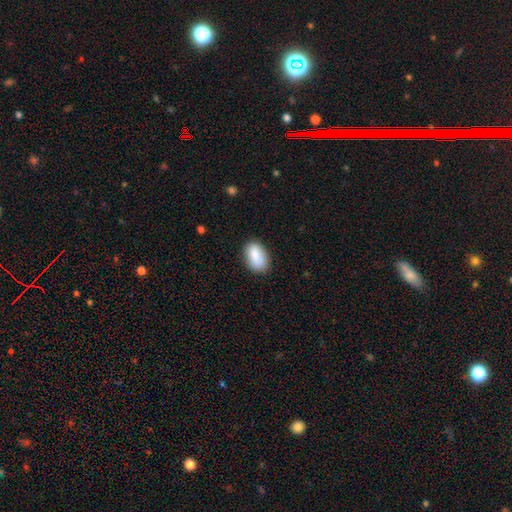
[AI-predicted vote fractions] Q: Smooth or featured?
A: smooth (87%); runner-up: star or artifact (7%)
Q: How rounded?
A: in between (91%); runner-up: round (7%)
Q: Merging?
A: none (81%); runner-up: minor disturbance (15%)